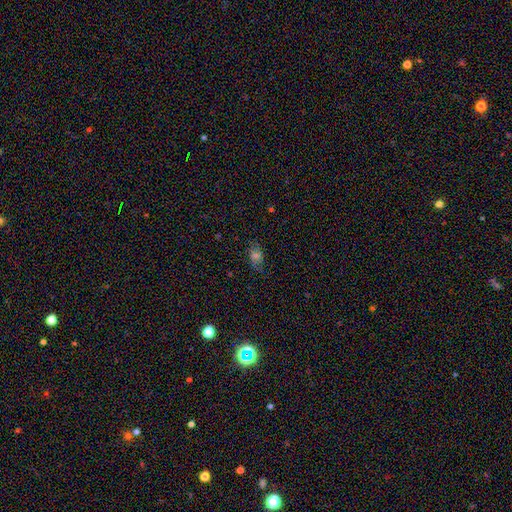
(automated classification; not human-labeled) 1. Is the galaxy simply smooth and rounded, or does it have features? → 41% smooth, 35% featured or disk, 24% star or artifact.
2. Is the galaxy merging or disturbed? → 70% none, 20% minor disturbance, 9% major disturbance, 1% merger.